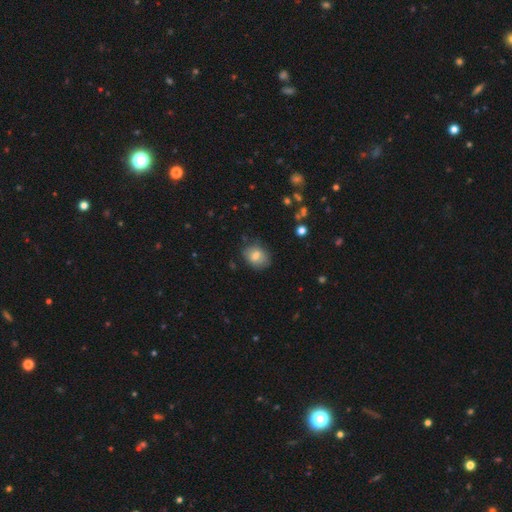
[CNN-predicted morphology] A smooth galaxy with no disk features (75%) that is in between round and cigar-shaped (62%).

Vote fractions:
- Smooth or featured? smooth: 75% / featured or disk: 16% / star or artifact: 9%
- How rounded? in between: 62% / round: 37% / cigar-shaped: 1%
- Merging? none: 76% / minor disturbance: 18% / major disturbance: 4% / merger: 2%